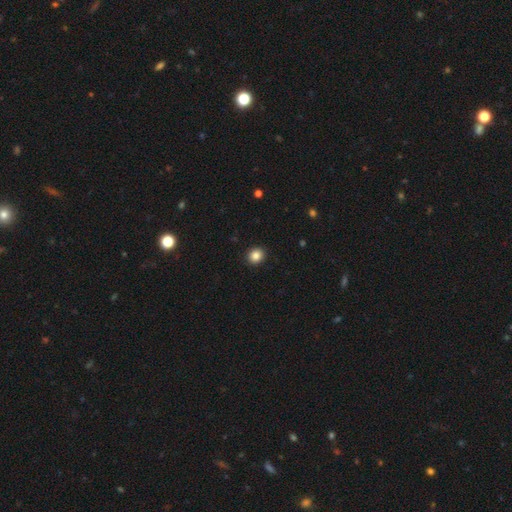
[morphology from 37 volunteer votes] Smooth or featured: smooth — 95% (star or artifact — 5%)
How rounded: round — 77% (in between — 23%)
Merging: none — 91% (minor disturbance — 9%)